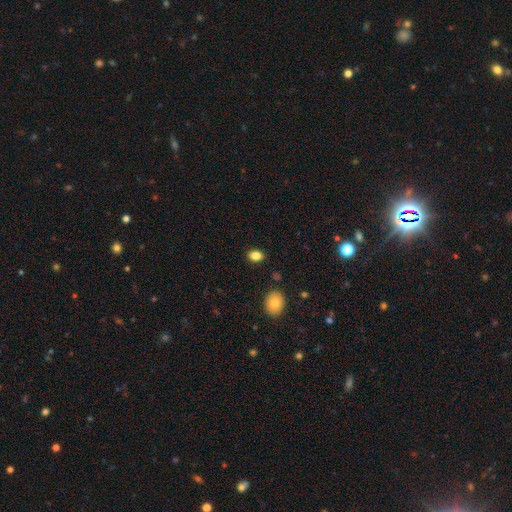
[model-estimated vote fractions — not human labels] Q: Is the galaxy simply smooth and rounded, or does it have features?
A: smooth — 84%.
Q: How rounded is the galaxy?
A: in between — 75%.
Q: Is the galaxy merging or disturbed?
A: none — 87%.